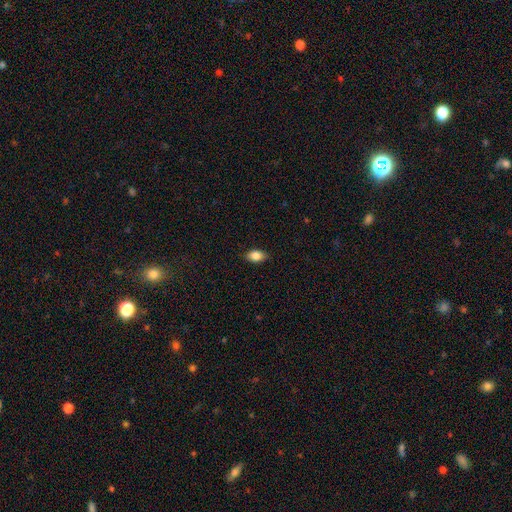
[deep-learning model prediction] This is clearly a smooth galaxy (85%). How rounded: clearly in between (87%). Merging: clearly none (84%).